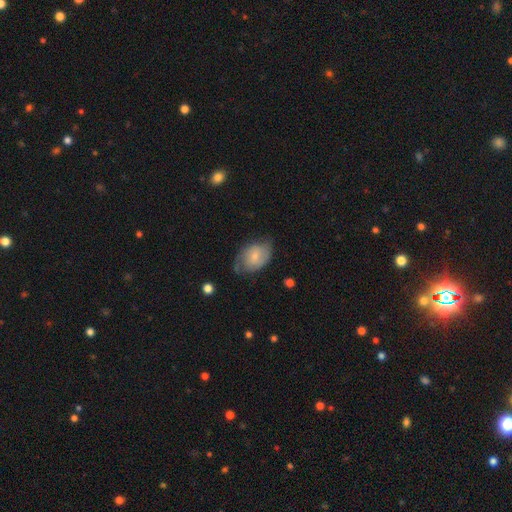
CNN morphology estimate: smooth_or_featured: featured or disk (p=0.50) [alt: smooth p=0.43]
disk_edge_on: no (p=0.96) [alt: yes p=0.04]
merging: none (p=0.54) [alt: minor disturbance p=0.31]